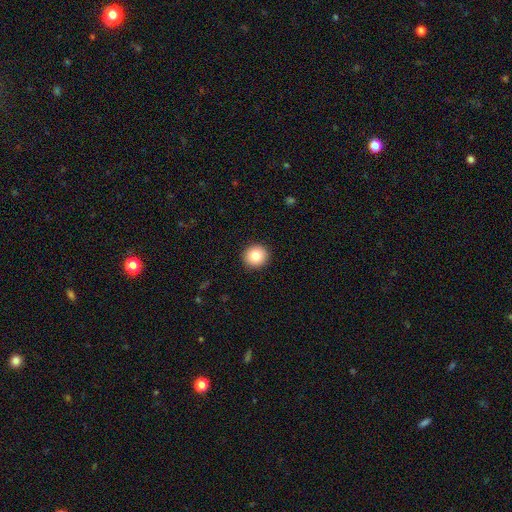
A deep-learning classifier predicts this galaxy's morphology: Smooth or featured: smooth — 84% (star or artifact — 9%)
How rounded: round — 91% (in between — 8%)
Merging: none — 93% (minor disturbance — 5%)